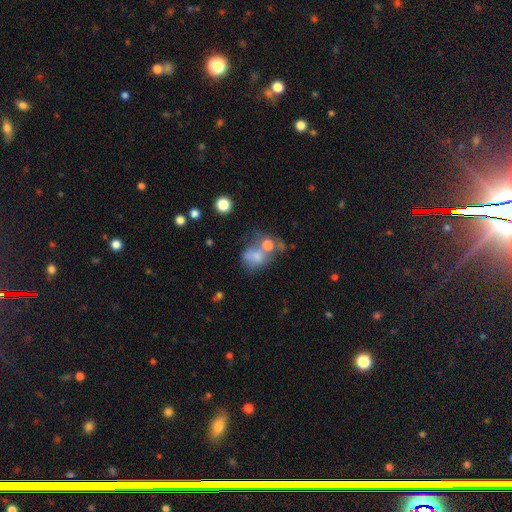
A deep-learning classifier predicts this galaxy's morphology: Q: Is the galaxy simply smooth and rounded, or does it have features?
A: smooth — 63%.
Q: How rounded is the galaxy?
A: round — 50%.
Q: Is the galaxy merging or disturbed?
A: merger — 42%.